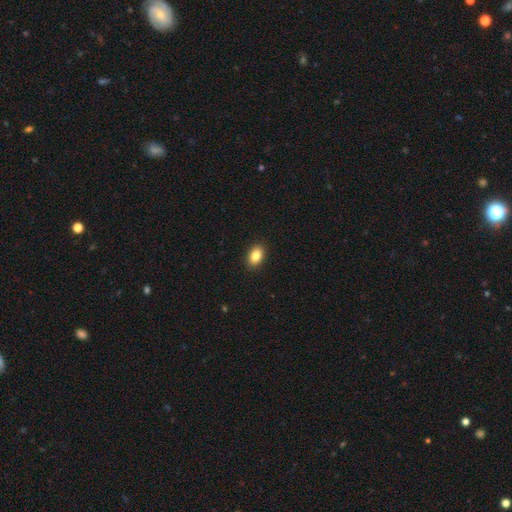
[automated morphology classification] smooth_or_featured: smooth (p=0.85) [alt: star or artifact p=0.09]
how_rounded: in between (p=0.86) [alt: round p=0.13]
merging: none (p=0.91) [alt: minor disturbance p=0.07]